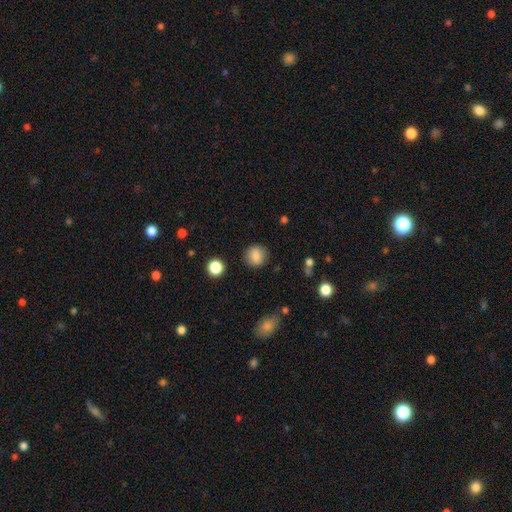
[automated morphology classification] A smooth galaxy with no disk features (84%) that is round (85%). Merging: none (87%).